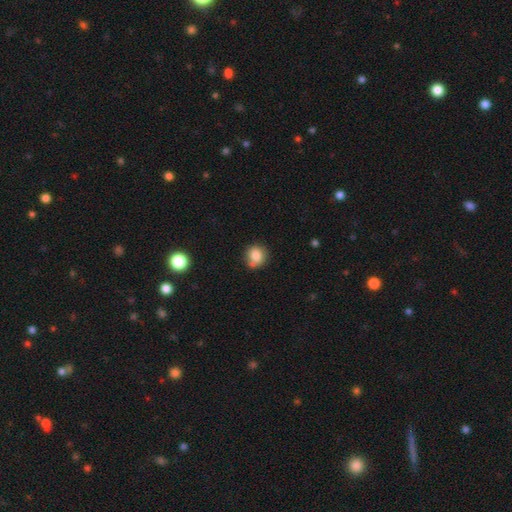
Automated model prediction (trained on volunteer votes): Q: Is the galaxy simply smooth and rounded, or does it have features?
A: smooth — 82%.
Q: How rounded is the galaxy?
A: round — 82%.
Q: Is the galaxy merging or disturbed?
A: none — 67%.